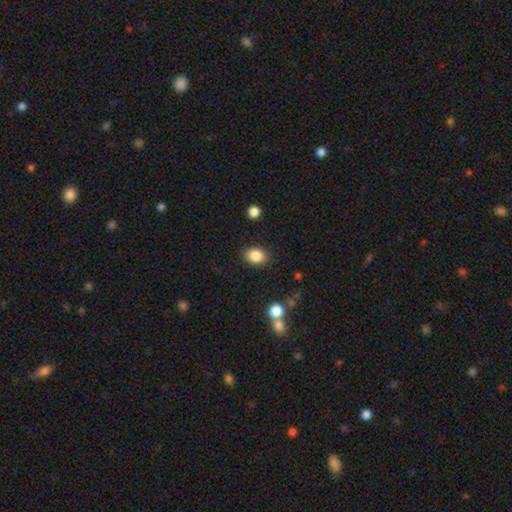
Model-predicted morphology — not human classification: type=smooth (86%); roundness=in between (73%); merging=none (86%).